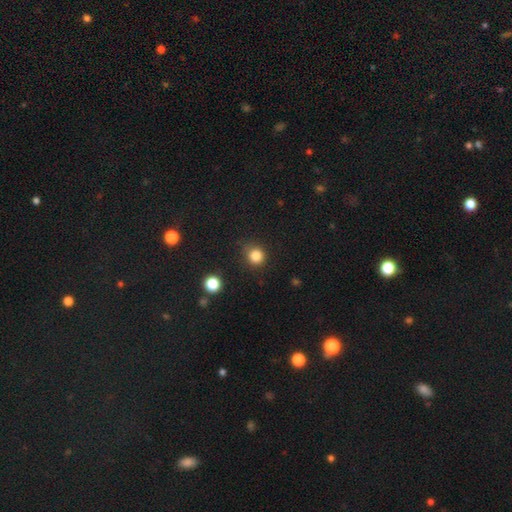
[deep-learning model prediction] Smooth or featured?
  - smooth: 84% *
  - star or artifact: 12%
  - featured or disk: 4%
How rounded?
  - round: 87% *
  - in between: 12%
  - cigar-shaped: 1%
Merging?
  - none: 80% *
  - minor disturbance: 14%
  - major disturbance: 4%
  - merger: 2%